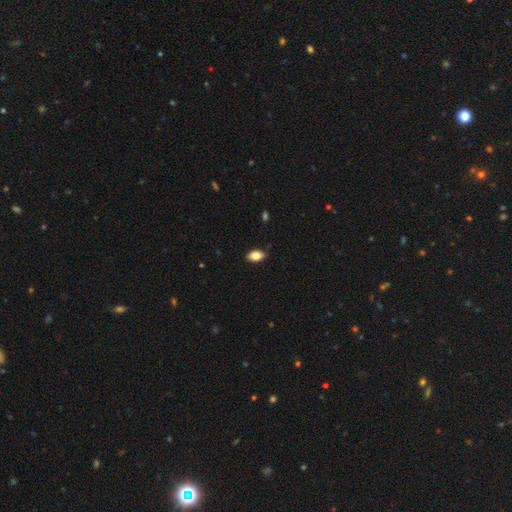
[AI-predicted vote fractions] smooth_or_featured: smooth (p=0.85) [alt: star or artifact p=0.08]
how_rounded: in between (p=0.89) [alt: round p=0.08]
merging: none (p=0.86) [alt: minor disturbance p=0.11]